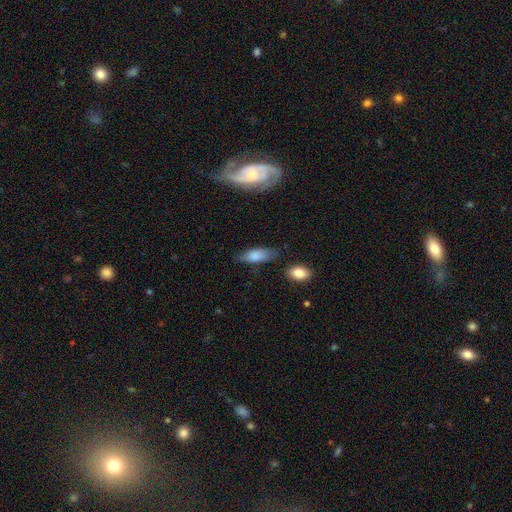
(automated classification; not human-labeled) This is likely a smooth galaxy (78%). How rounded: likely in between (71%). Merging: likely none (68%).